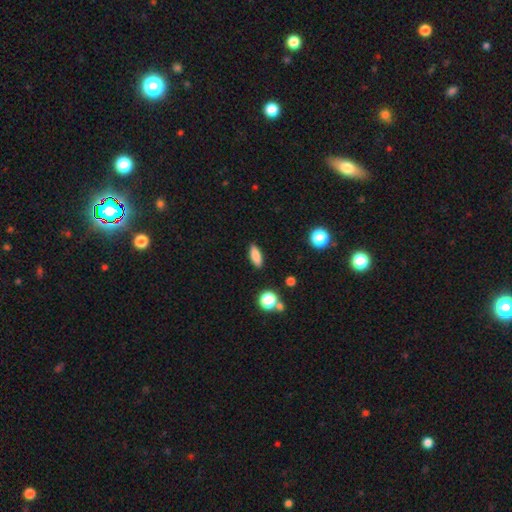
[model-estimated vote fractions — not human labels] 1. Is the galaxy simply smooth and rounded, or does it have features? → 82% smooth, 10% featured or disk, 9% star or artifact.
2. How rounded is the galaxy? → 68% in between, 28% cigar-shaped, 4% round.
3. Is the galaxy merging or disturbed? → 88% none, 8% minor disturbance, 2% major disturbance, 2% merger.